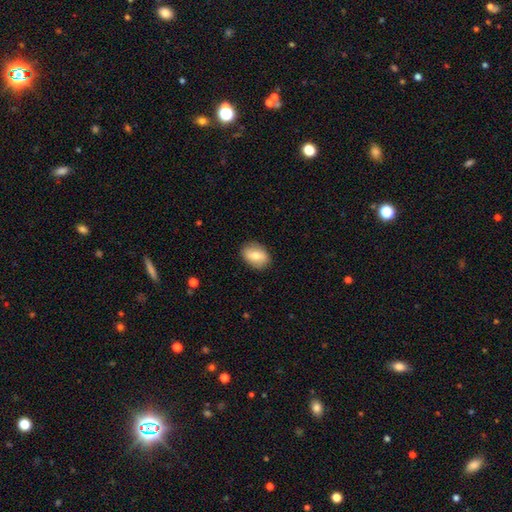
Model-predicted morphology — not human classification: Smooth or featured: smooth — 69% (featured or disk — 24%)
How rounded: in between — 79% (round — 19%)
Merging: none — 86% (minor disturbance — 10%)